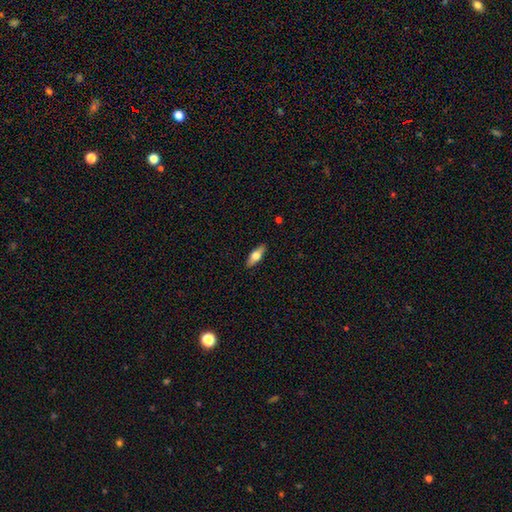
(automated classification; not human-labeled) smooth-or-featured: smooth: 59% | featured or disk: 35% | star or artifact: 6%
  how-rounded: in between: 65% | cigar-shaped: 32% | round: 3%
  merging: none: 89% | minor disturbance: 8% | major disturbance: 2% | merger: 1%